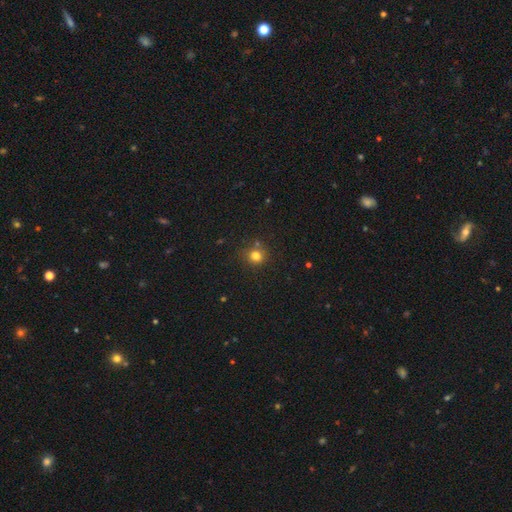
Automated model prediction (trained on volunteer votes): Smooth or featured?
  - smooth: 78% *
  - star or artifact: 15%
  - featured or disk: 7%
How rounded?
  - round: 86% *
  - in between: 13%
  - cigar-shaped: 1%
Merging?
  - none: 73% *
  - merger: 12%
  - minor disturbance: 12%
  - major disturbance: 4%